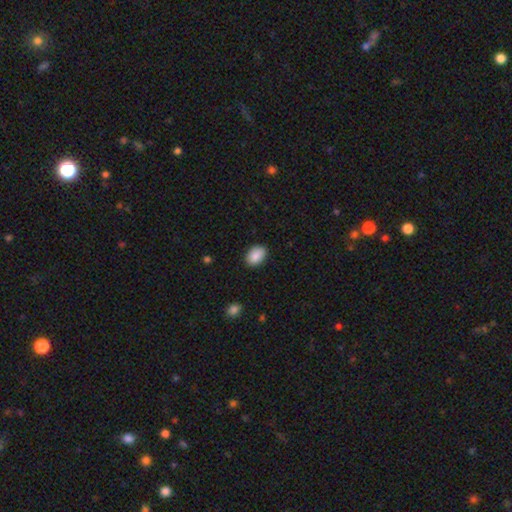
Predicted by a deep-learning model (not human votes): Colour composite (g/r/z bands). It shows a smooth galaxy with no disk features (89%) that is in between round and cigar-shaped (83%). Merging: none (86%).